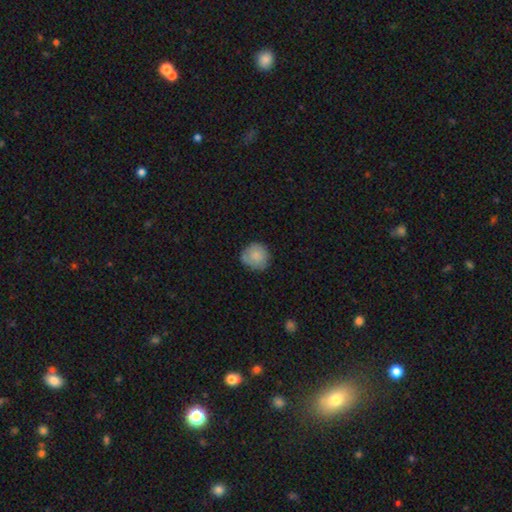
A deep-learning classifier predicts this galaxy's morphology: A smooth galaxy with no disk features (82%) that is round (91%). Merging: none (74%).